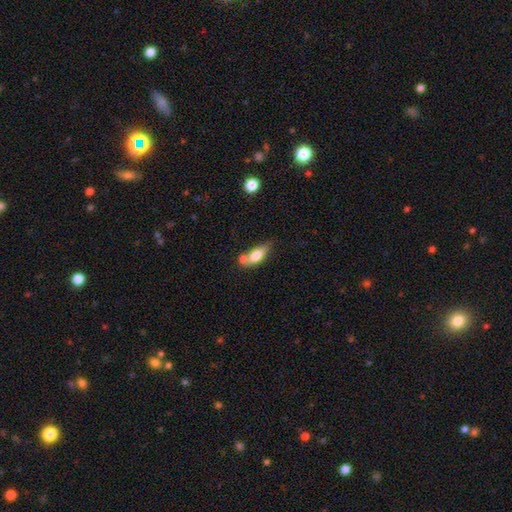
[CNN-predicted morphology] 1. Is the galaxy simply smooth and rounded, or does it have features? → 71% smooth, 21% featured or disk, 7% star or artifact.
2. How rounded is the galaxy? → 73% in between, 22% cigar-shaped, 4% round.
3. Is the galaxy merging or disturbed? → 47% none, 29% merger, 18% minor disturbance, 6% major disturbance.